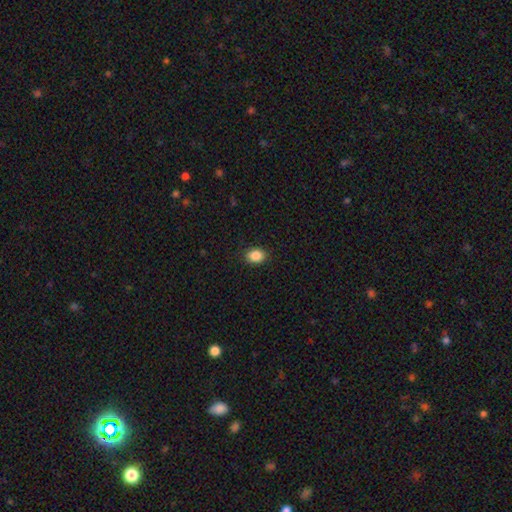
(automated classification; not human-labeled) A smooth galaxy with no disk features (87%) that is in between round and cigar-shaped (64%). Merging: none (89%).